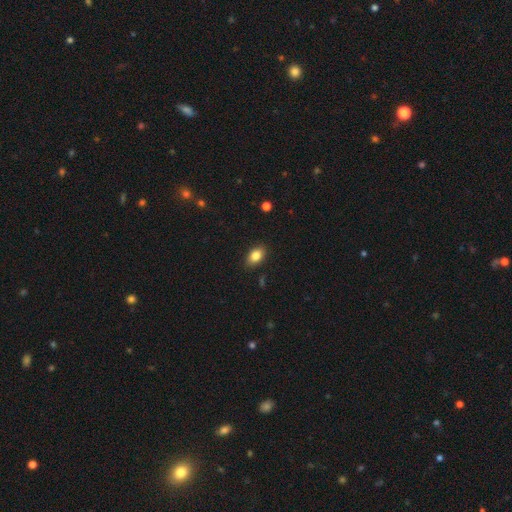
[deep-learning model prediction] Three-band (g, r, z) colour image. It shows a smooth galaxy with no disk features (83%) that is in between round and cigar-shaped (85%). Merging: none (87%).